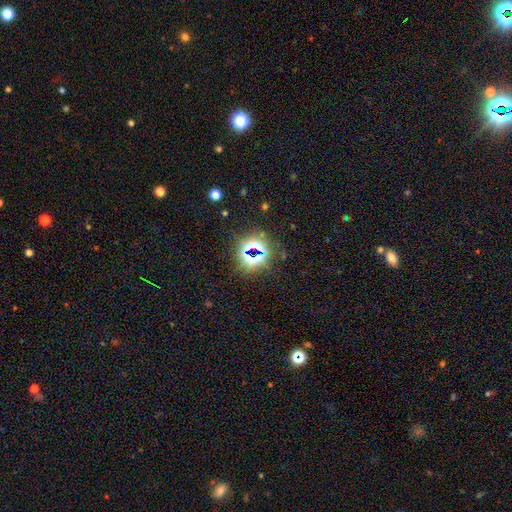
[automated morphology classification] Q: Smooth or featured?
A: star or artifact (71%); runner-up: smooth (19%)